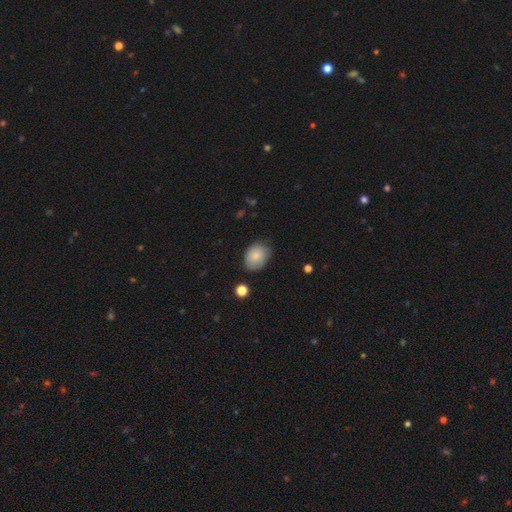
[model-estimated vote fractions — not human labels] smooth-or-featured: smooth: 80% | featured or disk: 12% | star or artifact: 8%
  how-rounded: in between: 65% | round: 34% | cigar-shaped: 1%
  merging: none: 68% | minor disturbance: 25% | major disturbance: 5% | merger: 2%